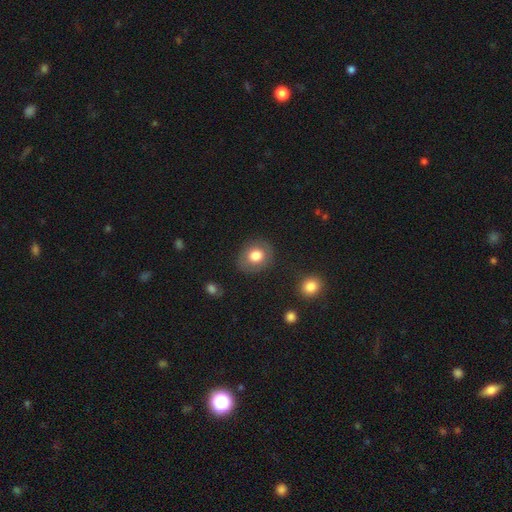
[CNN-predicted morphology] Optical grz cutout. It shows a smooth galaxy with no disk features (77%) that is round (67%). Merging: none (84%).